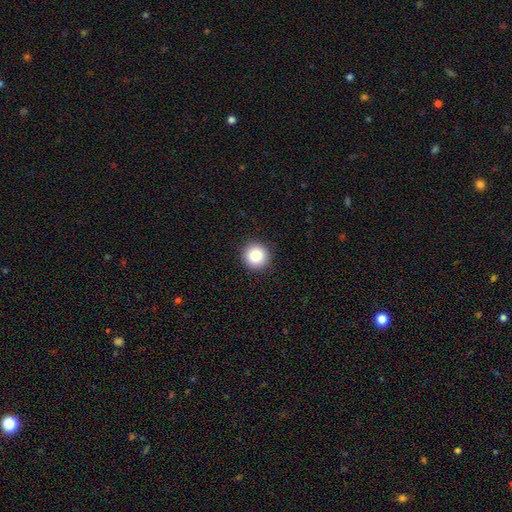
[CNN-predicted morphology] This appears to be a smooth galaxy with no disk features (83%) that is round (95%). Merging: none (93%).